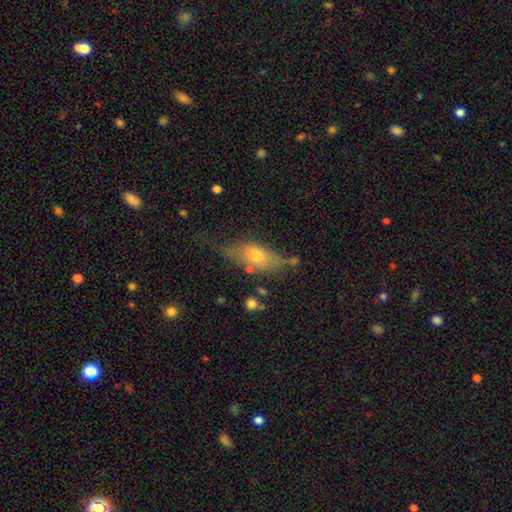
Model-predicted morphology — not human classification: A smooth galaxy with no disk features (60%) that is in between round and cigar-shaped (79%). Merging: none (47%).